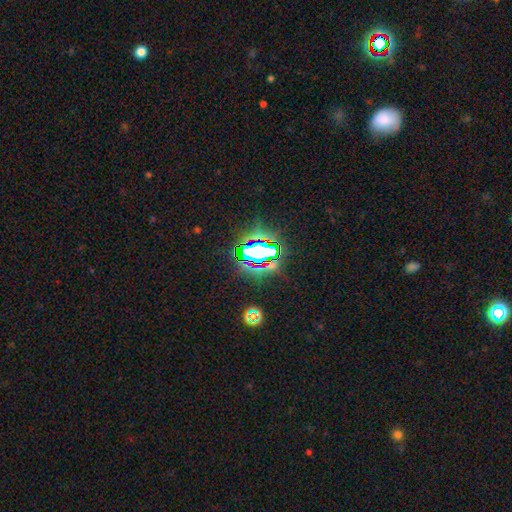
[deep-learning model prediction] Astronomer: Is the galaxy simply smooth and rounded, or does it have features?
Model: star or artifact — 68%.